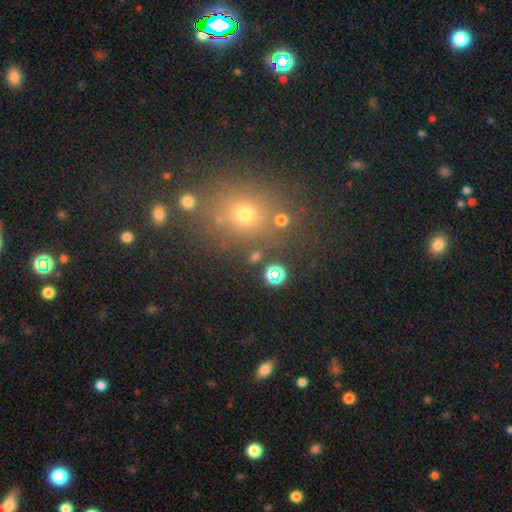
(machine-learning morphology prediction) A smooth galaxy with no disk features (62%) that is round (71%). Merging: none (77%).